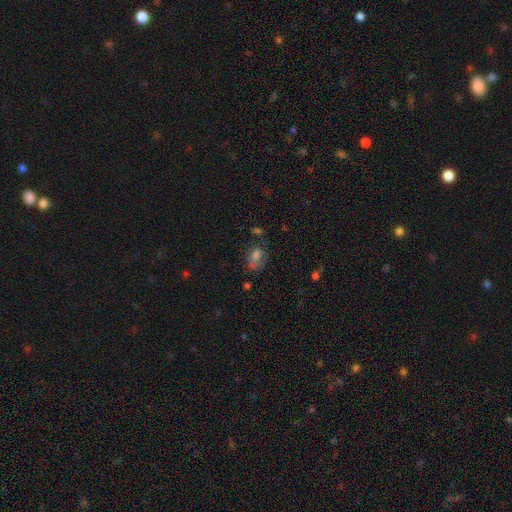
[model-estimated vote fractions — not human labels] Morphology: type=smooth (58%); roundness=in between (76%); merging=none (52%).